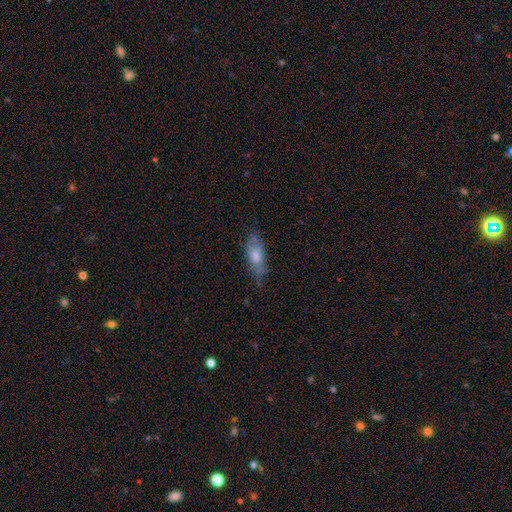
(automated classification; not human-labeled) Overall: smooth (67%). How rounded: in between (67%; cigar-shaped 31%). Merging: none (56%; minor disturbance 31%).